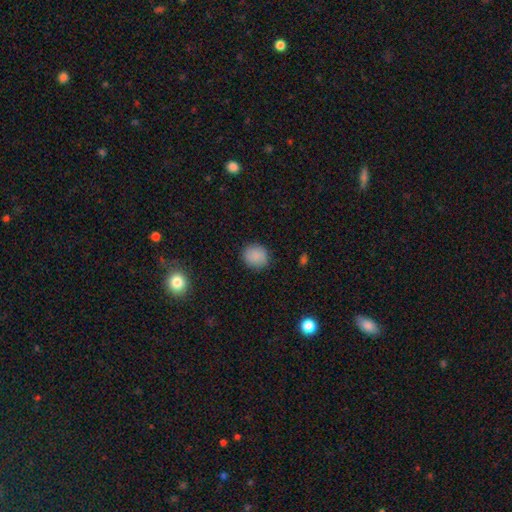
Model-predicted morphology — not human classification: A smooth galaxy with no disk features (87%) that is round (82%). Merging: none (87%).